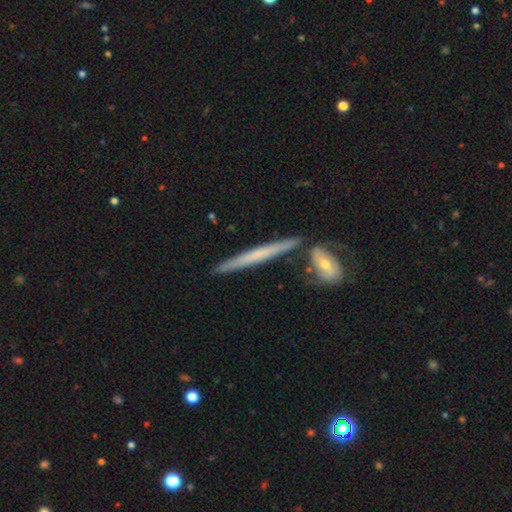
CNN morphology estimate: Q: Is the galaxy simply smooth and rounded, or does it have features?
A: featured or disk — 52%.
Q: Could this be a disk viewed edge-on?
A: yes — 93%.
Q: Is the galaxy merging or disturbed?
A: none — 78%.